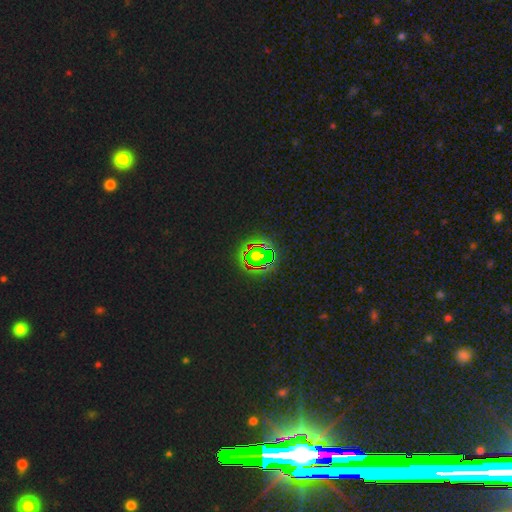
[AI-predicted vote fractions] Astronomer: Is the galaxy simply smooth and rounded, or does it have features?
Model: star or artifact — 65%.